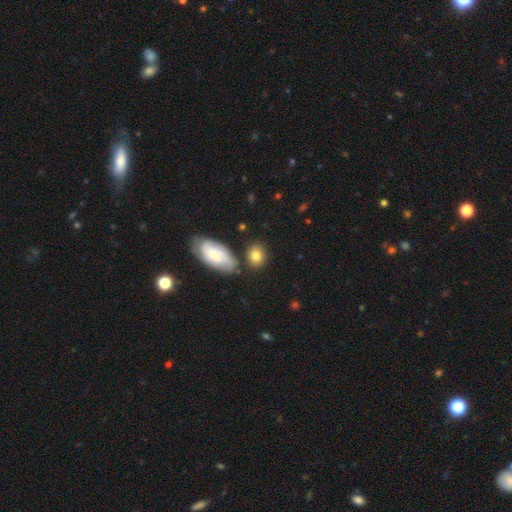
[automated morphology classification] This is likely a smooth galaxy (76%). How rounded: possibly in between (50%). Merging: likely none (72%).